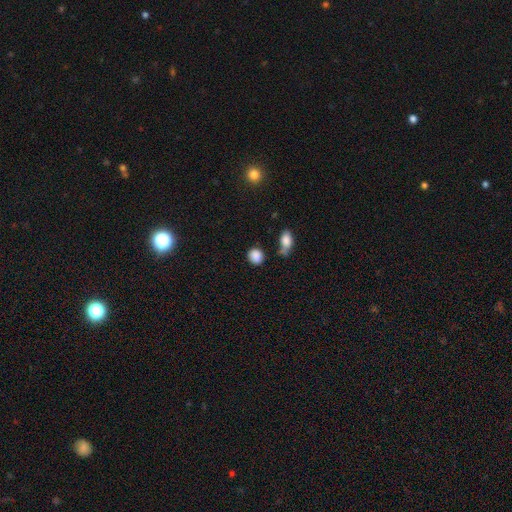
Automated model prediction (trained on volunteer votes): A smooth galaxy with no disk features (87%) that is round (74%). Merging: none (72%).